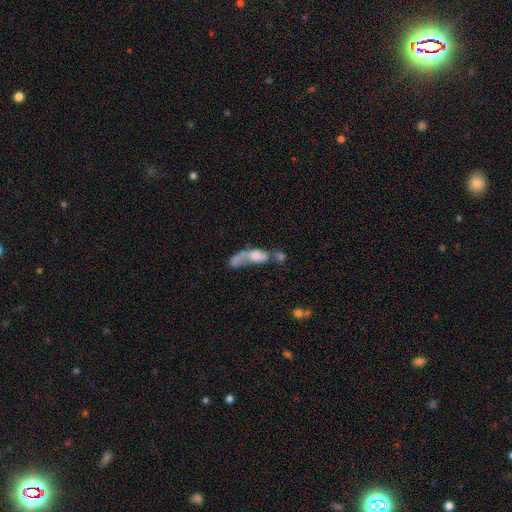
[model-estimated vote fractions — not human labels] smooth 45%, featured or disk 44%, star or artifact 11%. Down the decision tree: merging — merger (49%).